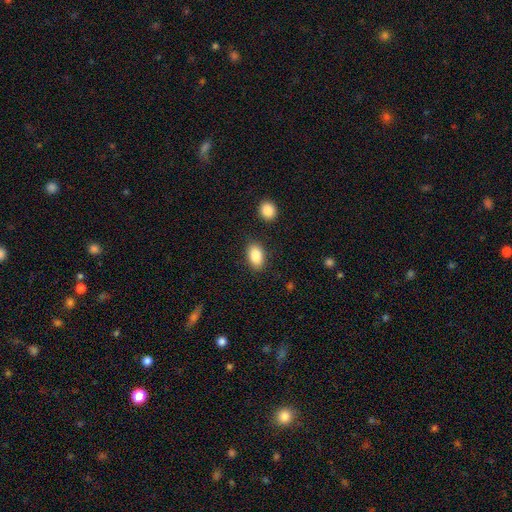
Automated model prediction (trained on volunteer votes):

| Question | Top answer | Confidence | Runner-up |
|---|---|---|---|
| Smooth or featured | smooth | 86% | star or artifact (7%) |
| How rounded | in between | 89% | round (9%) |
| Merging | none | 85% | minor disturbance (10%) |